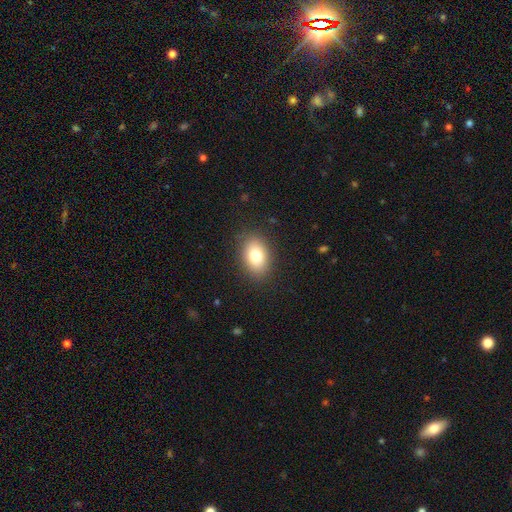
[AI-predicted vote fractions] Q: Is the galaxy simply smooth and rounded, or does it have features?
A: smooth — 79%.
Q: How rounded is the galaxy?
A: in between — 81%.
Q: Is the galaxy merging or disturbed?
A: none — 85%.